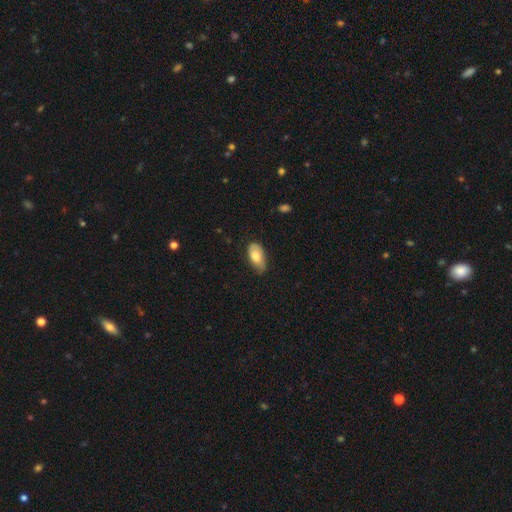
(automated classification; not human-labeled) The model was most divided on "merging": none: 63%, minor disturbance: 30%, major disturbance: 5%, merger: 1%. More confident: how rounded — in between (93%); smooth or featured — smooth (71%).